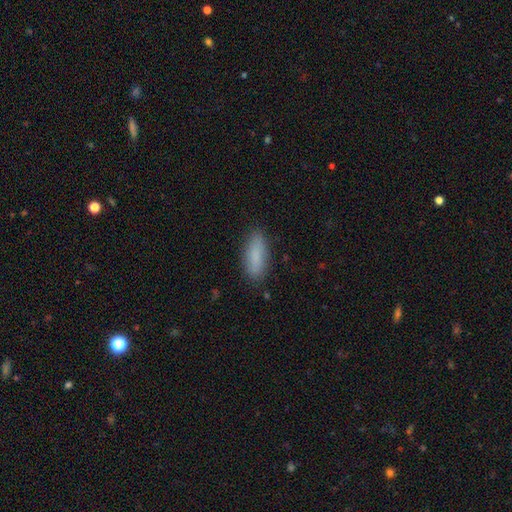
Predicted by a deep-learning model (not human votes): Smooth or featured? smooth (86%)
How rounded? in between (61%)
Merging? none (85%)